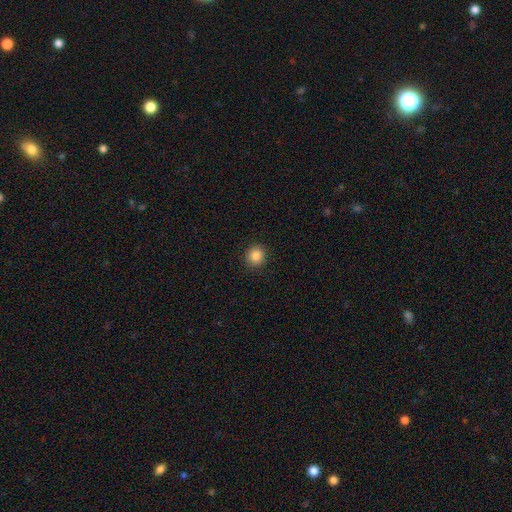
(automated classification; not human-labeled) smooth_or_featured: smooth (p=0.86) [alt: star or artifact p=0.10]
how_rounded: round (p=0.87) [alt: in between p=0.12]
merging: none (p=0.91) [alt: minor disturbance p=0.06]